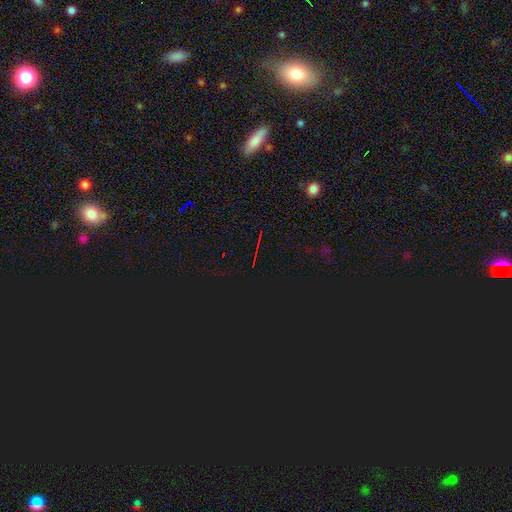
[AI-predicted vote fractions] Overall: star or artifact (83%).